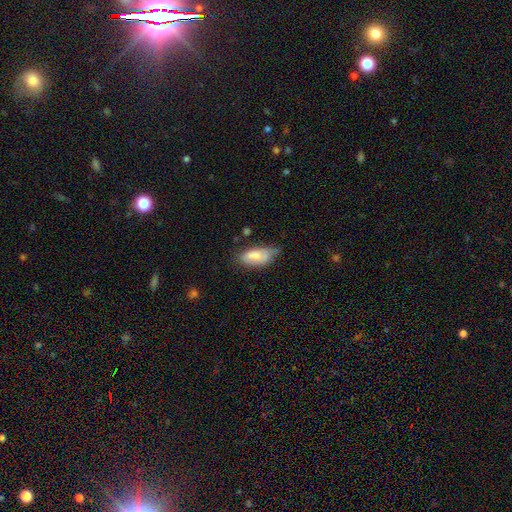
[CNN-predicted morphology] Smooth or featured? Predicted: smooth (p=0.69). How rounded? Predicted: in between (p=0.89). Merging? Predicted: none (p=0.43).